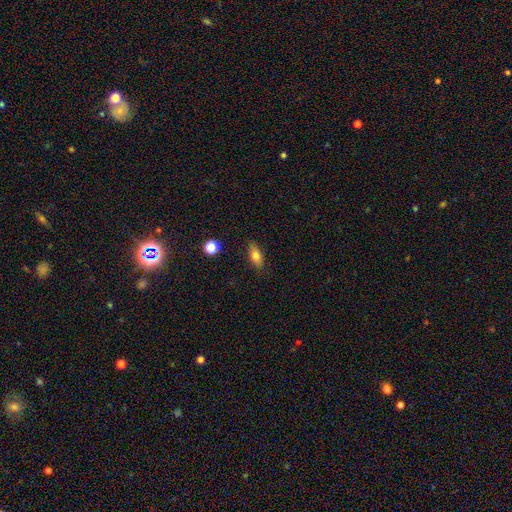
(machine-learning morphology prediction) Smooth or featured: smooth — 77% (featured or disk — 14%)
How rounded: in between — 78% (cigar-shaped — 16%)
Merging: none — 84% (minor disturbance — 12%)